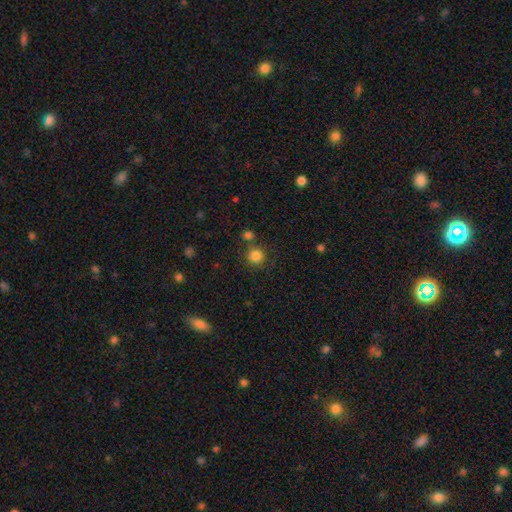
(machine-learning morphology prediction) A smooth galaxy with no disk features (83%) that is round (93%). Merging: none (78%).